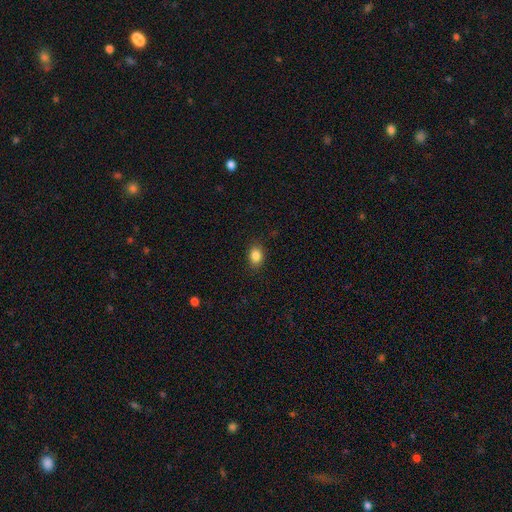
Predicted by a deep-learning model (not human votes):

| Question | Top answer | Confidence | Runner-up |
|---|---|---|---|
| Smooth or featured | smooth | 85% | star or artifact (10%) |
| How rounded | in between | 68% | round (31%) |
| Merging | none | 88% | minor disturbance (9%) |